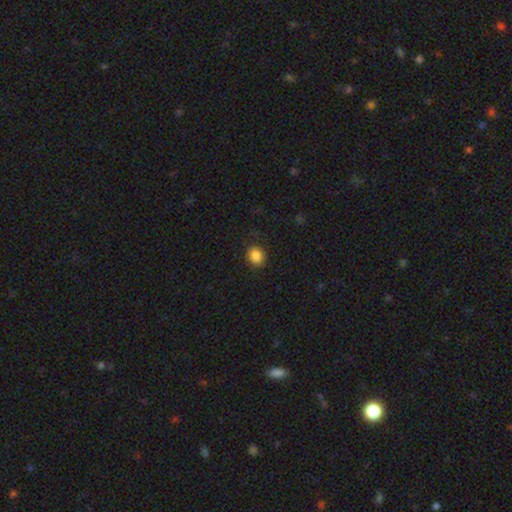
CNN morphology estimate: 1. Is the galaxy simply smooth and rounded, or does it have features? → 87% smooth, 10% star or artifact, 4% featured or disk.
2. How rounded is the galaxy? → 70% round, 29% in between, 1% cigar-shaped.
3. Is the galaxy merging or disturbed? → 87% none, 9% minor disturbance, 3% major disturbance, 1% merger.